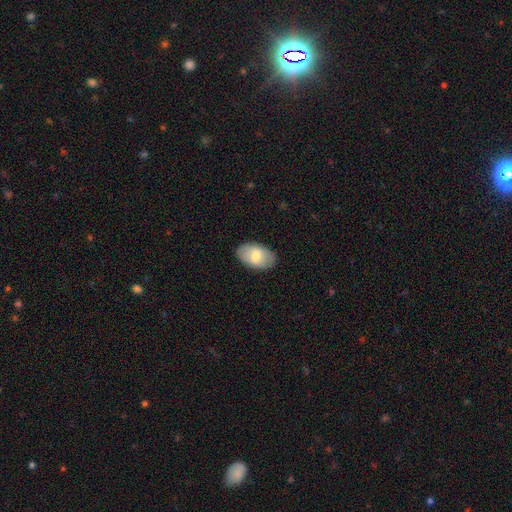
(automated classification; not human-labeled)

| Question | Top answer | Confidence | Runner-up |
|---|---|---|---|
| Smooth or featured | smooth | 71% | featured or disk (23%) |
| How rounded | in between | 93% | round (6%) |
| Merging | none | 86% | minor disturbance (10%) |